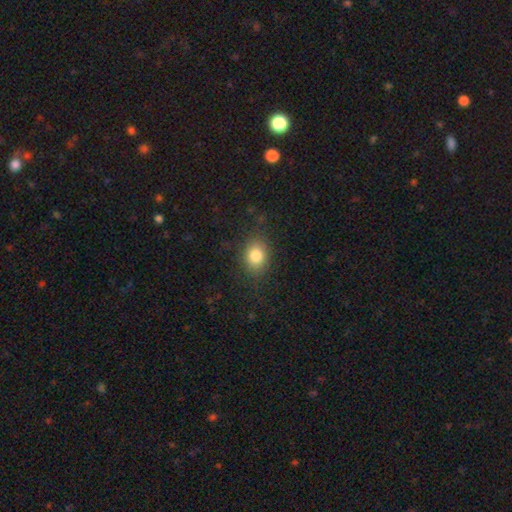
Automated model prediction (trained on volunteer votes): smooth 82%, star or artifact 10%, featured or disk 7%. Down the decision tree: how rounded — round (50%); merging — none (82%).